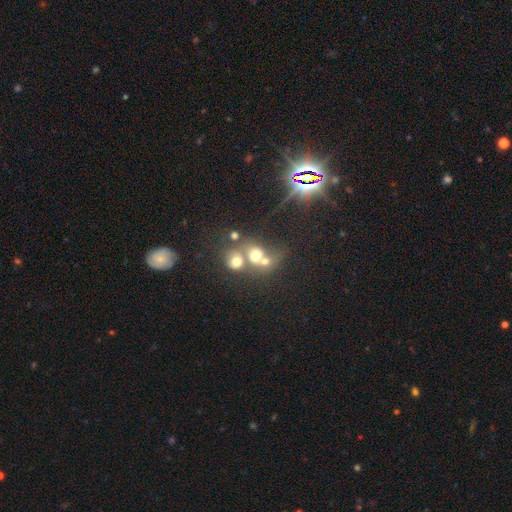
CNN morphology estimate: type=smooth (60%); roundness=round (70%); merging=merger (60%).